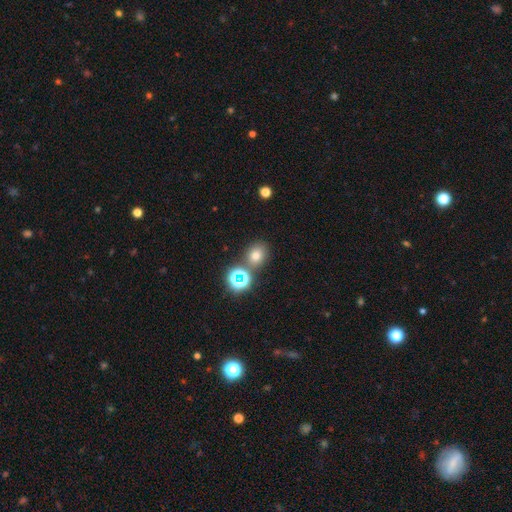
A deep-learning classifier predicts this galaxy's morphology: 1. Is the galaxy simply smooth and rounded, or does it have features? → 68% smooth, 24% star or artifact, 8% featured or disk.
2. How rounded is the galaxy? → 67% round, 32% in between, 1% cigar-shaped.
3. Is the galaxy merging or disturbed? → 74% none, 13% merger, 9% minor disturbance, 3% major disturbance.